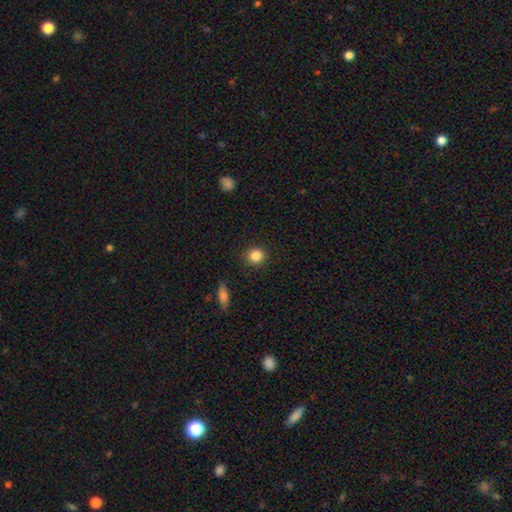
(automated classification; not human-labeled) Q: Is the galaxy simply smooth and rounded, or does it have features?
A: smooth — 85%.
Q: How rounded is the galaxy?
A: round — 87%.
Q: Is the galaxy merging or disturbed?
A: none — 90%.